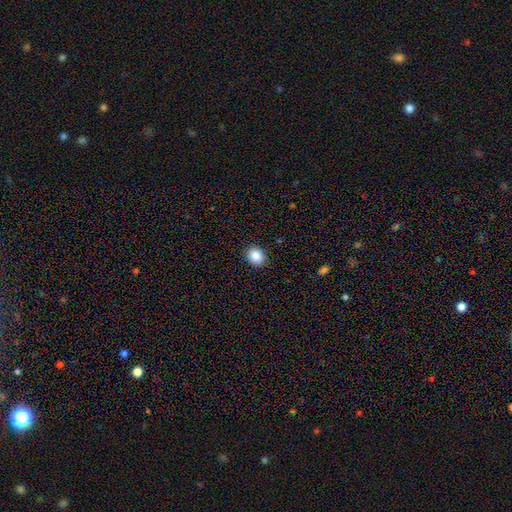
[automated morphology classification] smooth 86%, star or artifact 9%, featured or disk 5%. Down the decision tree: how rounded — round (68%); merging — none (91%).